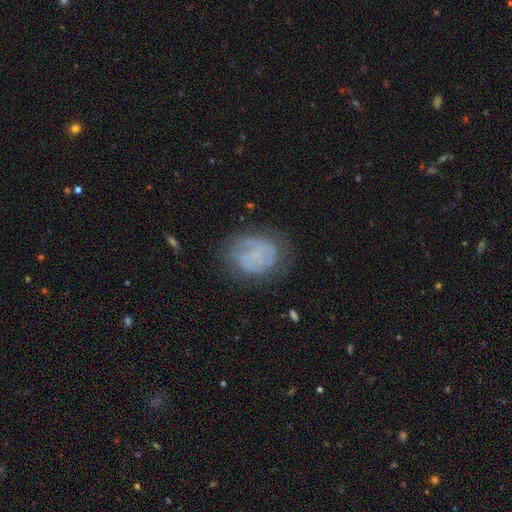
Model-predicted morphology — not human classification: This is possibly a featured or disk galaxy (49%). Merging: possibly none (60%).